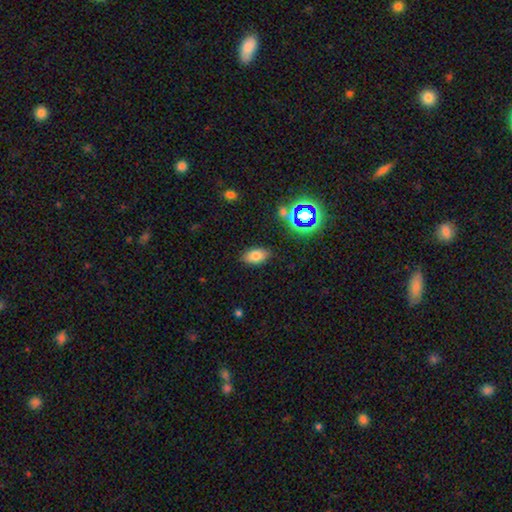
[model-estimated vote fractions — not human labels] Smooth or featured? Predicted: smooth (p=0.75). How rounded? Predicted: in between (p=0.91). Merging? Predicted: none (p=0.85).